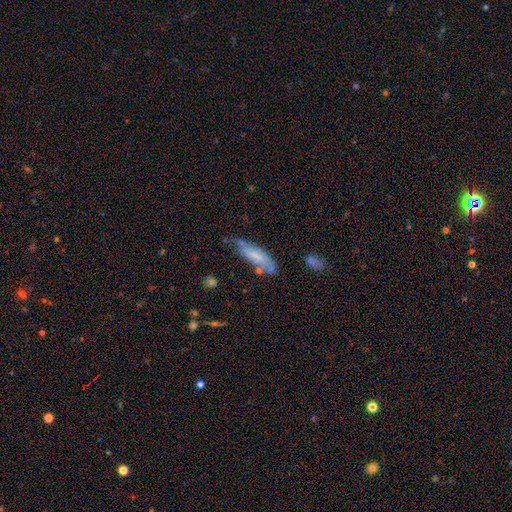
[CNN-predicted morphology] The model was most divided on "how rounded": cigar-shaped: 58%, in between: 40%, round: 2%. More confident: smooth or featured — smooth (64%); merging — none (54%).